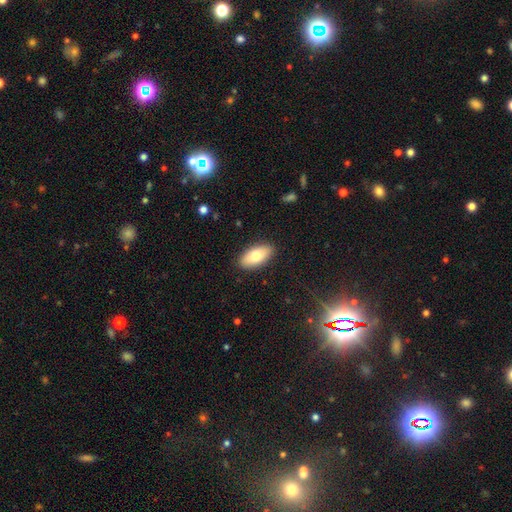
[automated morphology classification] A smooth galaxy with no disk features (76%) that is in between round and cigar-shaped (91%). Merging: none (89%).